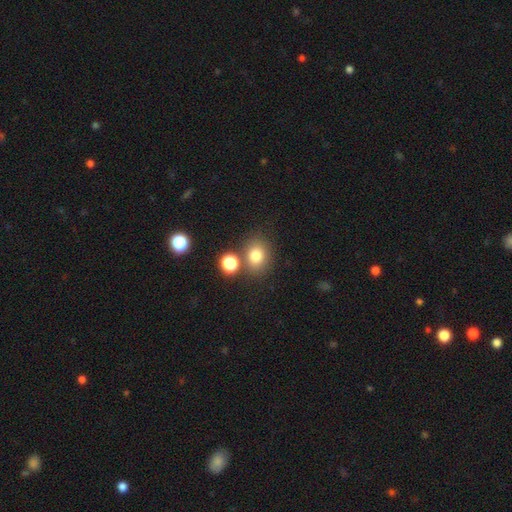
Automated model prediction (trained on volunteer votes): Smooth or featured?
  - smooth: 78% *
  - star or artifact: 14%
  - featured or disk: 9%
How rounded?
  - round: 56% *
  - in between: 43%
  - cigar-shaped: 1%
Merging?
  - none: 71% *
  - merger: 14%
  - minor disturbance: 12%
  - major disturbance: 4%